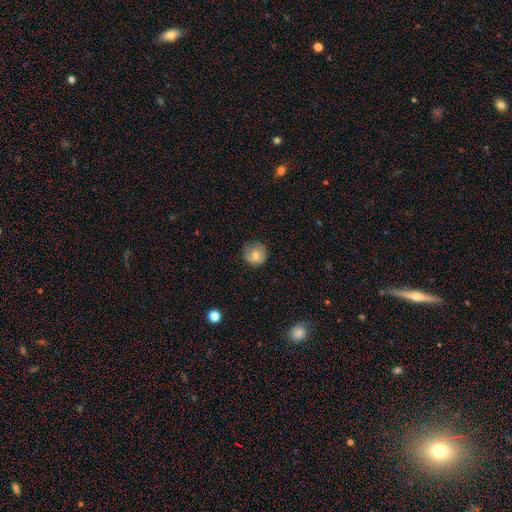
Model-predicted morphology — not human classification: Smooth or featured?
  - smooth: 70% *
  - featured or disk: 21%
  - star or artifact: 9%
How rounded?
  - round: 89% *
  - in between: 10%
  - cigar-shaped: 1%
Merging?
  - none: 68% *
  - minor disturbance: 24%
  - major disturbance: 7%
  - merger: 1%